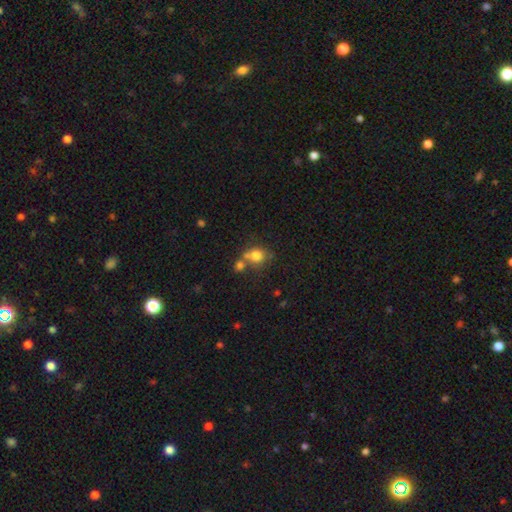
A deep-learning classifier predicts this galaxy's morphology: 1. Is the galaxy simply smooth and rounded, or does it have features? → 77% smooth, 12% star or artifact, 11% featured or disk.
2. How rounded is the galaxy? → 79% round, 20% in between, 1% cigar-shaped.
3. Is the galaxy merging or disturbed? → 49% none, 34% merger, 11% minor disturbance, 5% major disturbance.